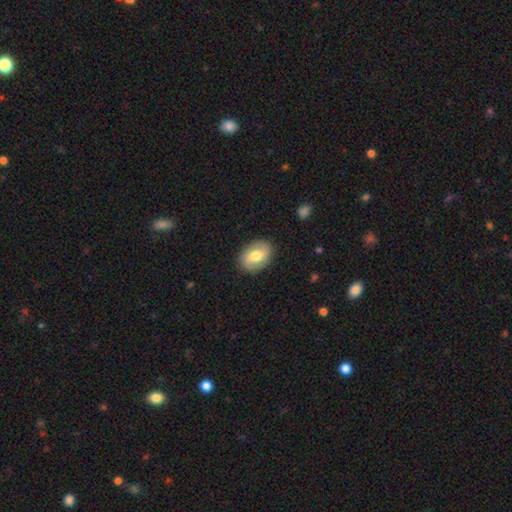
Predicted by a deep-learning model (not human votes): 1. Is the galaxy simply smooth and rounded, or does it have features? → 57% smooth, 36% featured or disk, 6% star or artifact.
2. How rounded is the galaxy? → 79% in between, 20% round, 1% cigar-shaped.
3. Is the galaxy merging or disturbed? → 86% none, 10% minor disturbance, 3% major disturbance, 1% merger.